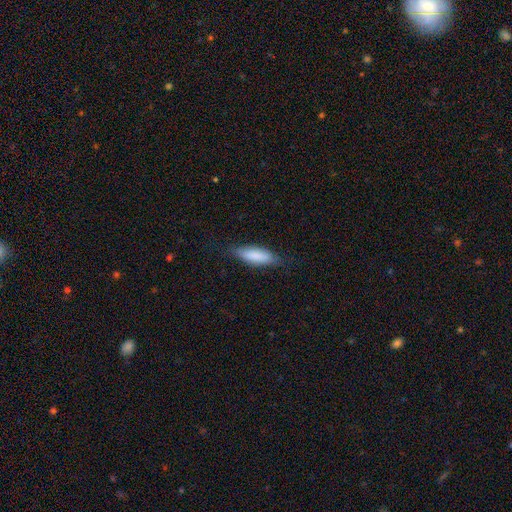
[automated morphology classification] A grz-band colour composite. It shows a smooth galaxy with no disk features (83%) that is in between round and cigar-shaped (52%). Merging: none (78%).